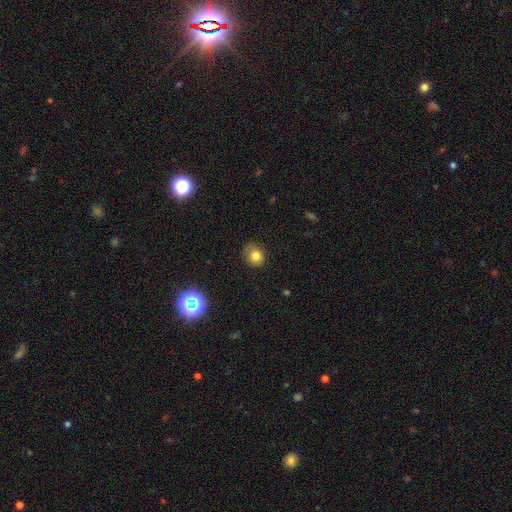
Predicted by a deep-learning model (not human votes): Smooth or featured? Predicted: smooth (p=0.78). How rounded? Predicted: round (p=0.69). Merging? Predicted: none (p=0.75).